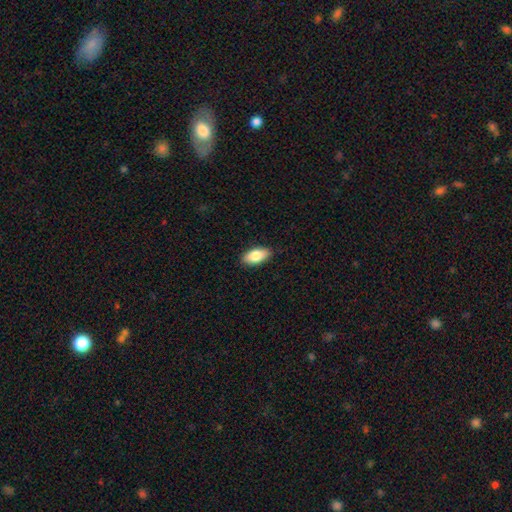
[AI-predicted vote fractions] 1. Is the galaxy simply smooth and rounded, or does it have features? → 84% smooth, 10% featured or disk, 6% star or artifact.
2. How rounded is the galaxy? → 92% in between, 5% cigar-shaped, 3% round.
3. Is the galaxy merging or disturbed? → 87% none, 10% minor disturbance, 2% major disturbance, 1% merger.